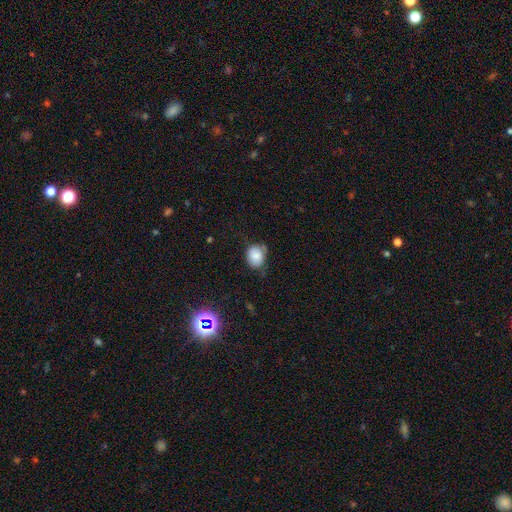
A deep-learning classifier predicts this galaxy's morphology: Smooth or featured? Predicted: smooth (p=0.78). How rounded? Predicted: round (p=0.56). Merging? Predicted: none (p=0.54).